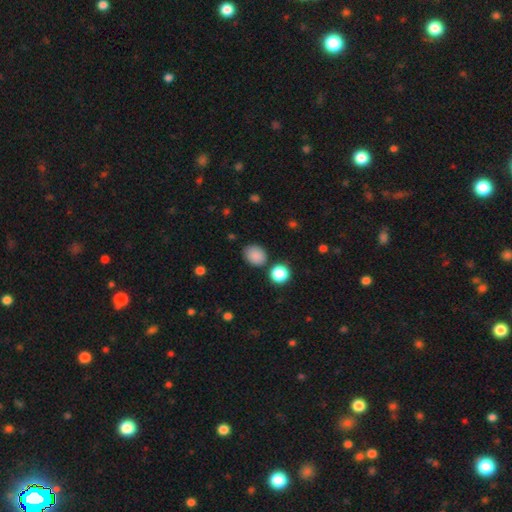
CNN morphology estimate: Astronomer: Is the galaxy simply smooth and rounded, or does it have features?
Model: smooth — 86%.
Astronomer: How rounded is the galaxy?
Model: round — 52% (runner-up: in between, 47%).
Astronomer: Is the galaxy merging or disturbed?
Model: none — 78%.